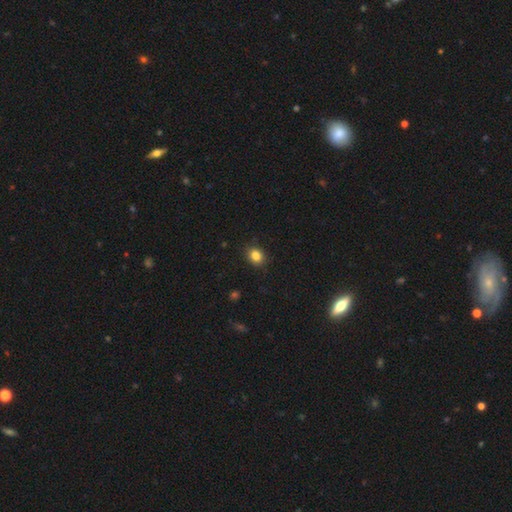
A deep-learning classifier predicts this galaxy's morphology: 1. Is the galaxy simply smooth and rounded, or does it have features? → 84% smooth, 11% star or artifact, 5% featured or disk.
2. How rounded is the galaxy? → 60% round, 39% in between, 1% cigar-shaped.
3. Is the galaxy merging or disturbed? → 87% none, 10% minor disturbance, 2% major disturbance, 1% merger.